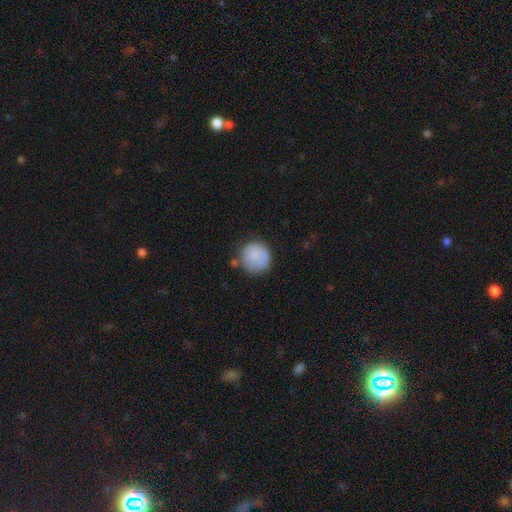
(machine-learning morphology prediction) The model was most divided on "merging": none: 70%, minor disturbance: 18%, major disturbance: 6%, merger: 5%. More confident: how rounded — round (93%); smooth or featured — smooth (82%).